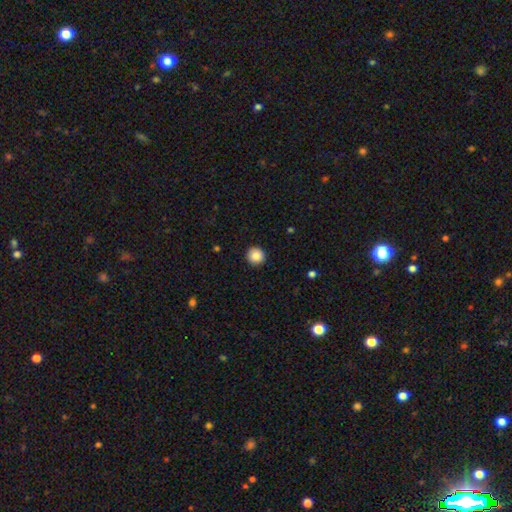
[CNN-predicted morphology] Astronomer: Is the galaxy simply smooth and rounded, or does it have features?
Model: smooth — 87%.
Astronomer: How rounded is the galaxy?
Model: round — 94%.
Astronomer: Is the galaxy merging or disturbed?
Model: none — 93%.